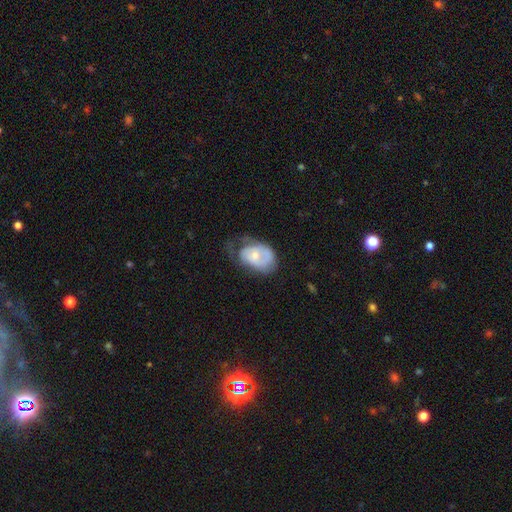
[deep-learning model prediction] smooth-or-featured: featured or disk: 48% | smooth: 46% | star or artifact: 6%
  merging: minor disturbance: 33% (tied) | none: 33% (tied) | major disturbance: 32% | merger: 2%